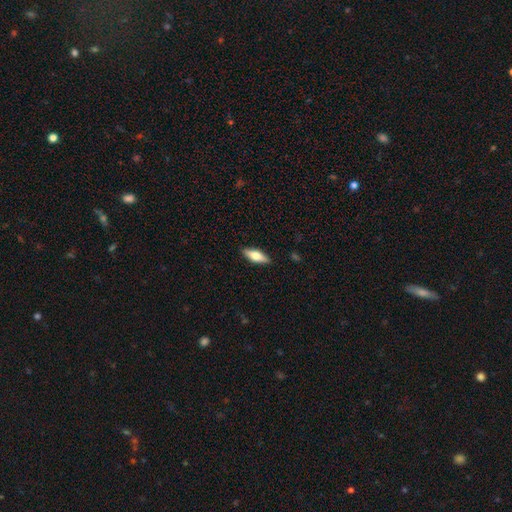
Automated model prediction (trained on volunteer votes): The model was most divided on "how rounded": in between: 59%, cigar-shaped: 39%, round: 3%. More confident: merging — none (89%); smooth or featured — smooth (58%).